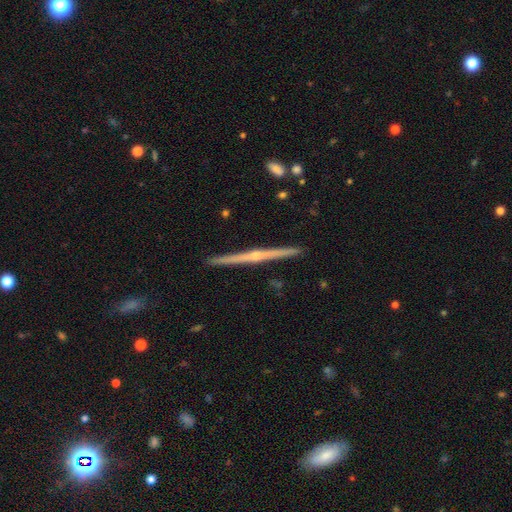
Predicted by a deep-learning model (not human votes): The model was most divided on "edge-on bulge": rounded: 82%, none: 13%, boxy: 5%. More confident: edge-on disk — yes (99%); merging — none (93%); smooth or featured — featured or disk (84%).